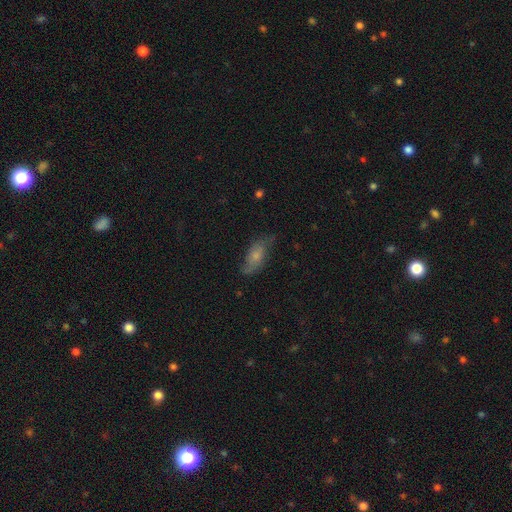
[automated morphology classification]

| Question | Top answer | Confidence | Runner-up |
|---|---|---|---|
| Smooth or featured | smooth | 53% | featured or disk (38%) |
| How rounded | in between | 82% | cigar-shaped (14%) |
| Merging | none | 62% | minor disturbance (26%) |